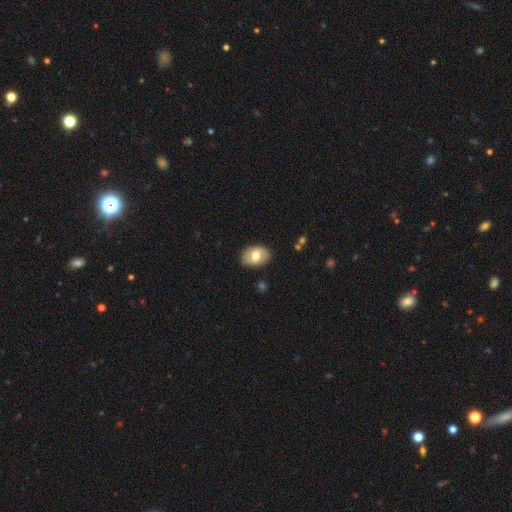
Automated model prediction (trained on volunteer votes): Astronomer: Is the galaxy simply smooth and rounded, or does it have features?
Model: smooth — 67%.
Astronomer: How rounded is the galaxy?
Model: in between — 83%.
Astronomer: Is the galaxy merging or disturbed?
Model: none — 84%.